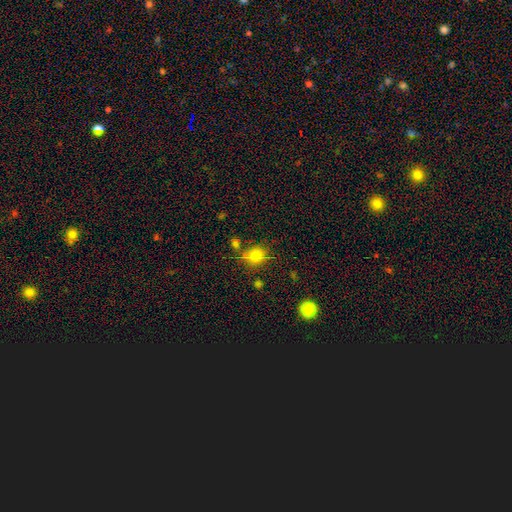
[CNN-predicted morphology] smooth 80%, star or artifact 13%, featured or disk 8%. Down the decision tree: how rounded — round (74%); merging — none (72%).